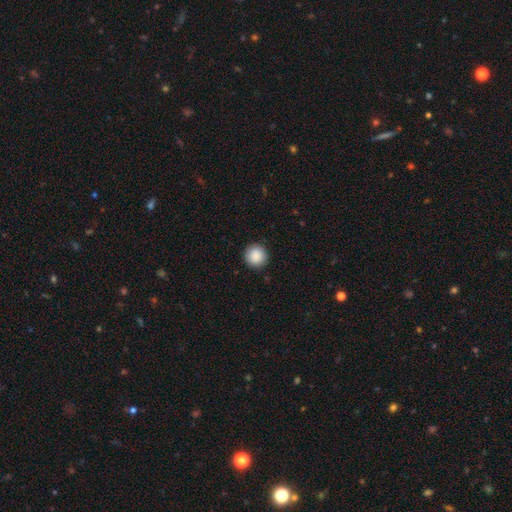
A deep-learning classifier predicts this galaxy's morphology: This appears to be a smooth galaxy with no disk features (89%) that is round (95%). Merging: none (92%).